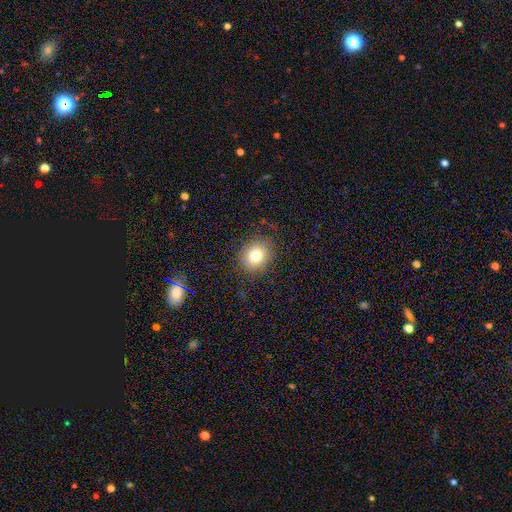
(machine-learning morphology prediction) Smooth or featured: smooth — 78% (star or artifact — 12%)
How rounded: round — 68% (in between — 31%)
Merging: none — 85% (minor disturbance — 10%)